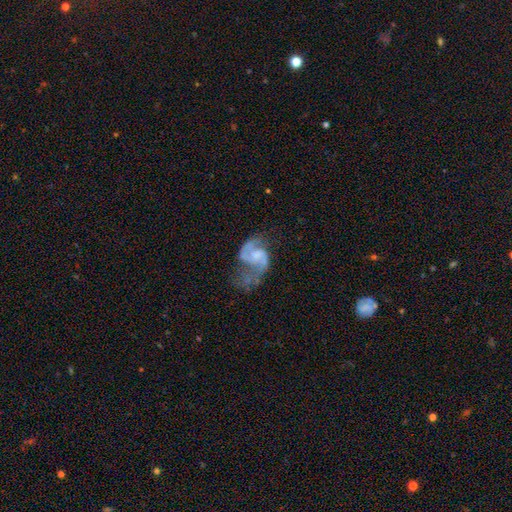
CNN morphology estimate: Smooth or featured? featured or disk (86%)
Edge-on disk? no (98%)
Bar? no (50%)
Spiral arms? yes (95%)
Spiral winding? medium (46%)
Spiral arm count? 2 (89%)
Bulge size? none (38%)
Merging? none (41%)